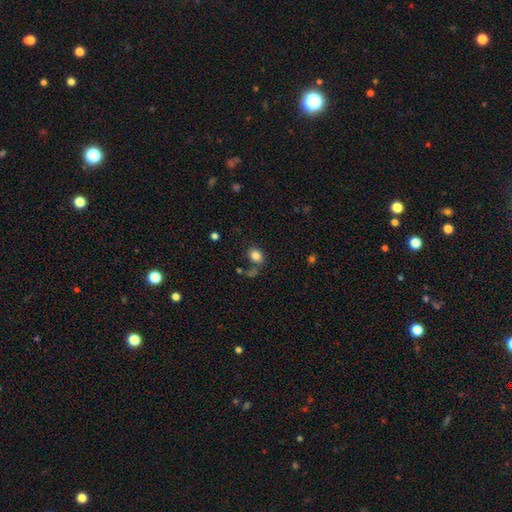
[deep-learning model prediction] Morphology: type=smooth (82%); roundness=in between (66%); merging=none (66%).